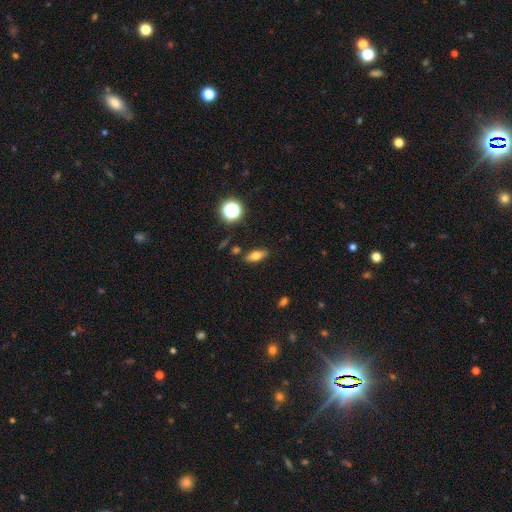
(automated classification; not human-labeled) A smooth galaxy with no disk features (65%) that is in between round and cigar-shaped (70%).

Vote fractions:
- Smooth or featured? smooth: 65% / featured or disk: 23% / star or artifact: 12%
- How rounded? in between: 70% / cigar-shaped: 22% / round: 8%
- Merging? none: 85% / minor disturbance: 9% / merger: 3% / major disturbance: 3%